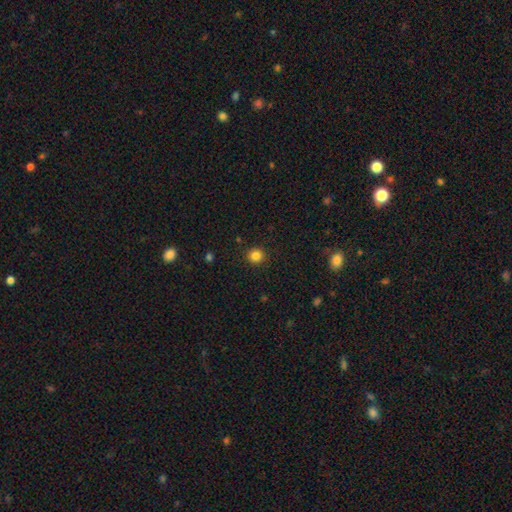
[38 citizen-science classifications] A smooth galaxy with no disk features (89%) that is round (91%).

Vote fractions:
- Smooth or featured? smooth: 89% / featured or disk: 5% / star or artifact: 5%
- How rounded? round: 91% / in between: 9% / cigar-shaped: 0%
- Merging? none: 89% / minor disturbance: 6% / major disturbance: 6% / merger: 0%